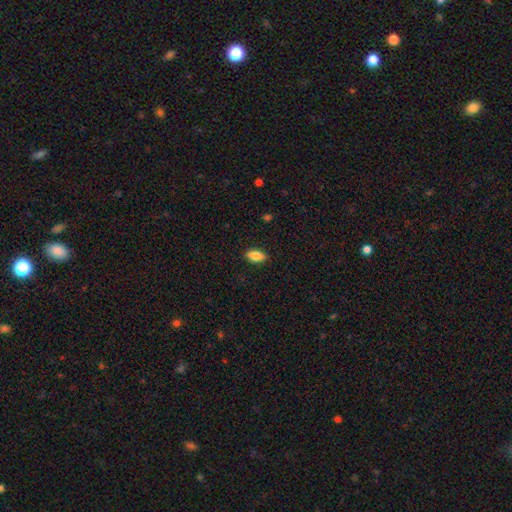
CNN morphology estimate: Smooth or featured? Predicted: smooth (p=0.86). How rounded? Predicted: in between (p=0.88). Merging? Predicted: none (p=0.88).